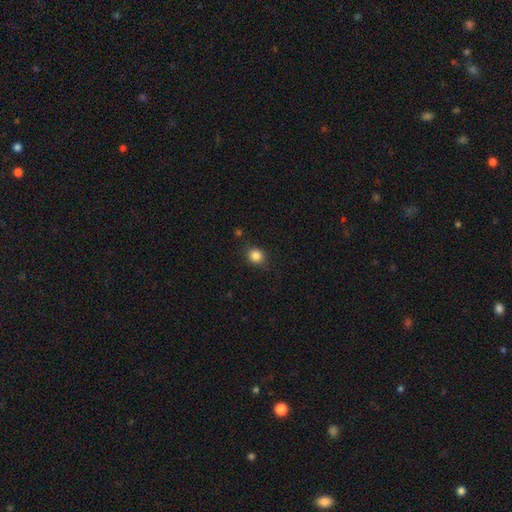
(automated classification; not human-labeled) Smooth or featured: smooth — 85% (star or artifact — 11%)
How rounded: round — 75% (in between — 24%)
Merging: none — 84% (minor disturbance — 12%)